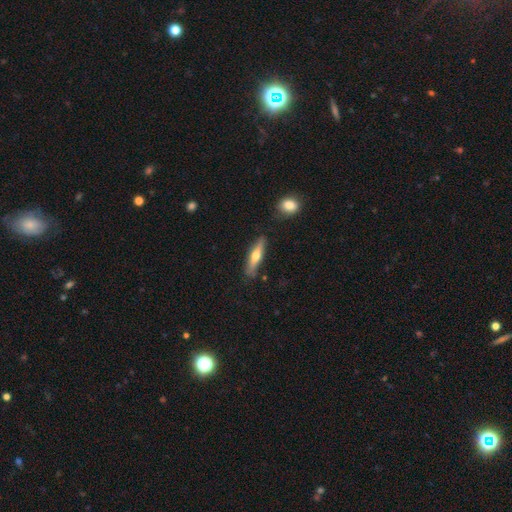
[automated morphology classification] type=featured or disk (49%); merging=none (82%).